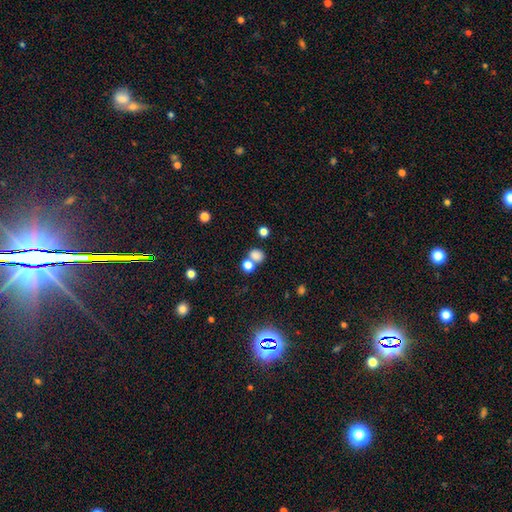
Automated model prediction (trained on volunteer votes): Smooth or featured? Predicted: smooth (p=0.78). How rounded? Predicted: round (p=0.60). Merging? Predicted: none (p=0.53).